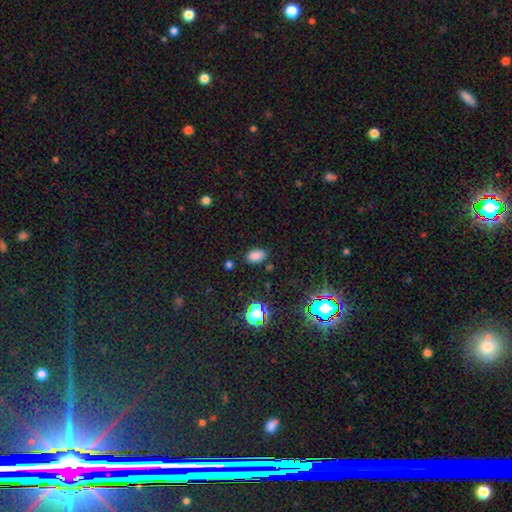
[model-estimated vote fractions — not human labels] This appears to be a smooth galaxy with no disk features (78%) that is in between round and cigar-shaped (89%). Merging: none (83%).